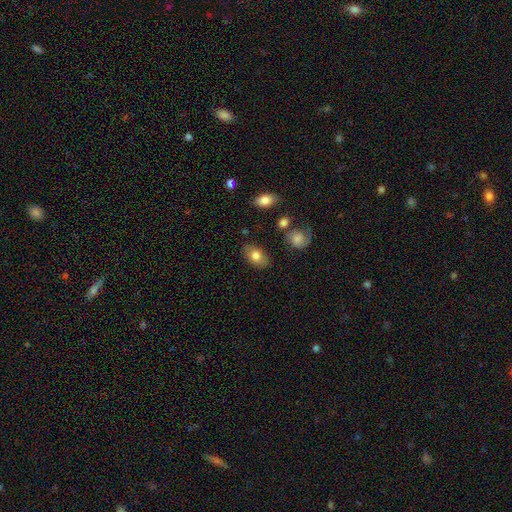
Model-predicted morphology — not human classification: The model was most divided on "smooth or featured": smooth: 77%, featured or disk: 15%, star or artifact: 7%. More confident: how rounded — in between (87%); merging — none (81%).